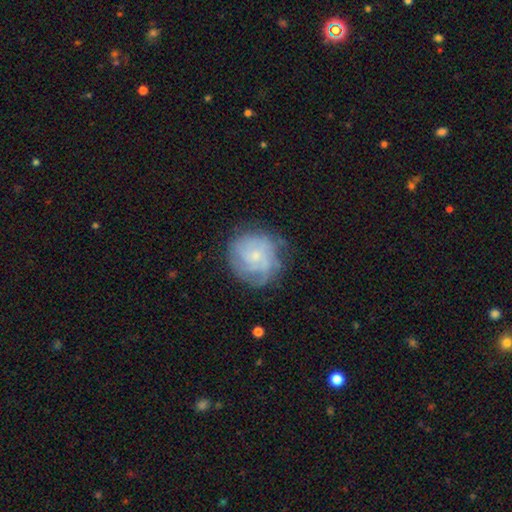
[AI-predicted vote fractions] The model was most divided on "spiral arm count": can't tell: 47%, 3: 17%, 4: 13%, 2: 12%, more than 4: 6%, 1: 6%. More confident: edge-on disk — no (98%); spiral arms — yes (86%); bar — no (76%); bulge size — small (73%); merging — none (70%); smooth or featured — featured or disk (64%); spiral winding — tight (61%).